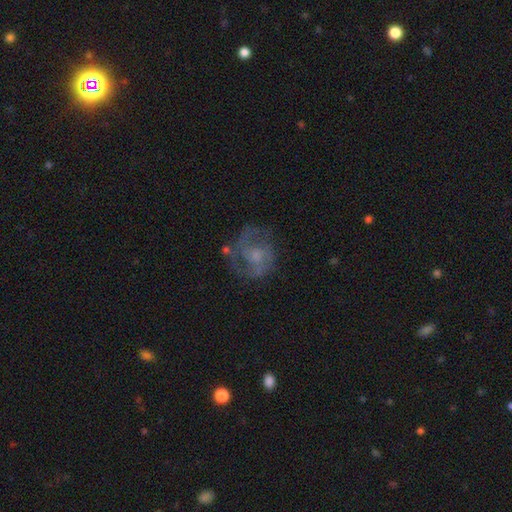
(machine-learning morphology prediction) Smooth or featured? Predicted: featured or disk (p=0.69). Edge-on disk? Predicted: no (p=0.98). Bar? Predicted: no (p=0.65). Spiral arms? Predicted: yes (p=0.79). Spiral winding? Predicted: medium (p=0.50). Spiral arm count? Predicted: 2 (p=0.53). Bulge size? Predicted: small (p=0.38). Merging? Predicted: none (p=0.60).